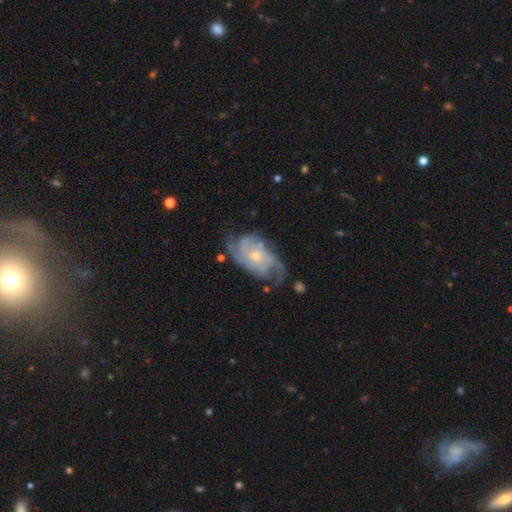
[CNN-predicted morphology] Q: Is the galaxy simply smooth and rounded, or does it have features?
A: featured or disk — 87%.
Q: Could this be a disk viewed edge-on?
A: no — 96%.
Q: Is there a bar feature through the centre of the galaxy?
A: no — 75%.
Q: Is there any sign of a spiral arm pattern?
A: yes — 95%.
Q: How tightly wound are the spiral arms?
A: tight — 47%.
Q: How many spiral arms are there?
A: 2 — 29%.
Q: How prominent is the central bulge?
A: small — 71%.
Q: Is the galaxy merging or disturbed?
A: none — 64%.